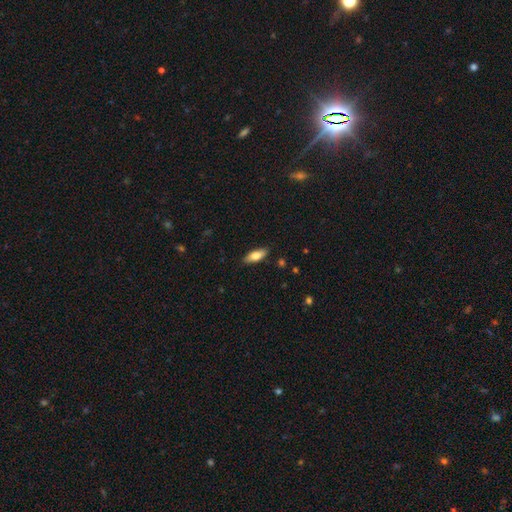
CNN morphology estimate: smooth_or_featured: smooth (p=0.76) [alt: featured or disk p=0.18]
how_rounded: in between (p=0.72) [alt: cigar-shaped p=0.26]
merging: none (p=0.86) [alt: minor disturbance p=0.11]